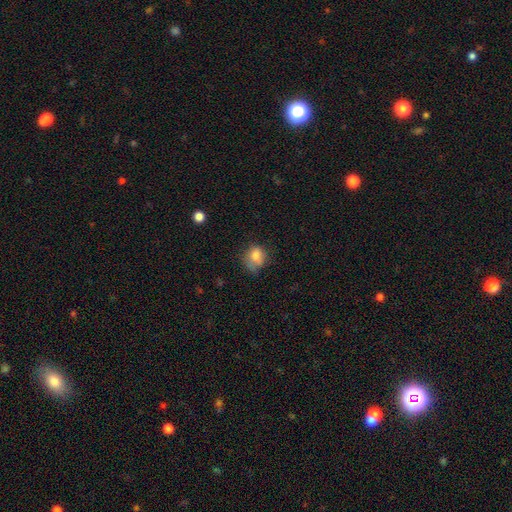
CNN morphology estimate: type=smooth (79%); roundness=round (52%); merging=none (47%).